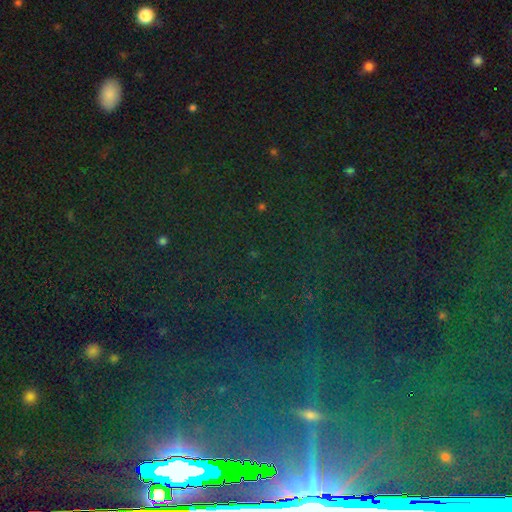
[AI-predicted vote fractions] A star or artifact, not a galaxy (79%).

Vote fractions:
- Smooth or featured? star or artifact: 79% / smooth: 12% / featured or disk: 9%